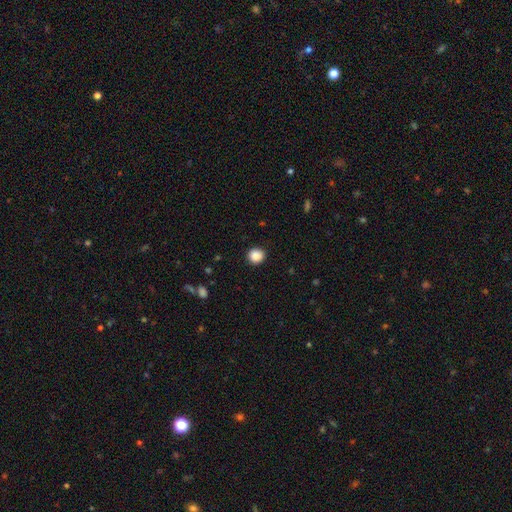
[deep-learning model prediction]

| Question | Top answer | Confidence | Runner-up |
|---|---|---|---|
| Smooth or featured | smooth | 88% | star or artifact (9%) |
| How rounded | round | 88% | in between (11%) |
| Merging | none | 91% | minor disturbance (6%) |